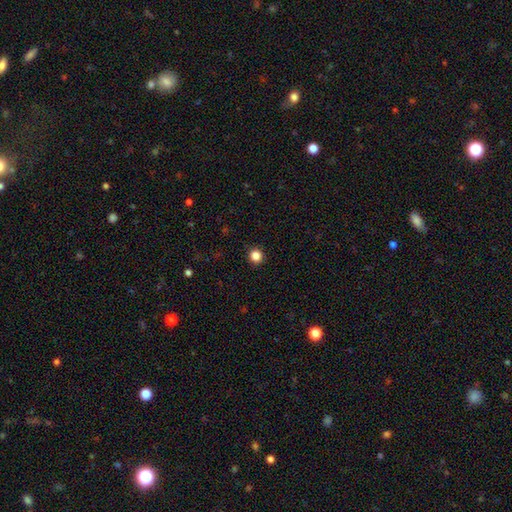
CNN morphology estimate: This is clearly a smooth galaxy (85%). How rounded: clearly round (94%). Merging: clearly none (93%).